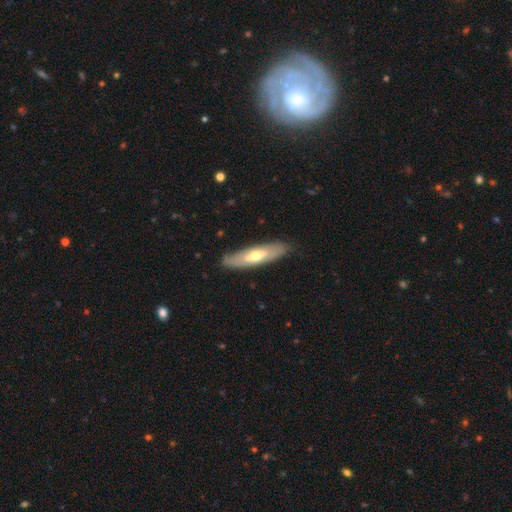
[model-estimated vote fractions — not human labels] Overall: featured or disk (51%; smooth 44%). Edge-on disk: no (53%; yes 47%). Merging: none (83%).